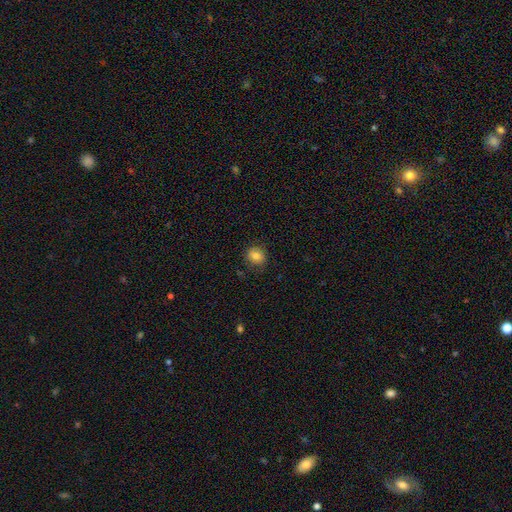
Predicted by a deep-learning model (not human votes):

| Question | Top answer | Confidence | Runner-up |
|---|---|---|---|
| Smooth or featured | smooth | 80% | star or artifact (11%) |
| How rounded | round | 83% | in between (16%) |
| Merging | none | 85% | minor disturbance (11%) |